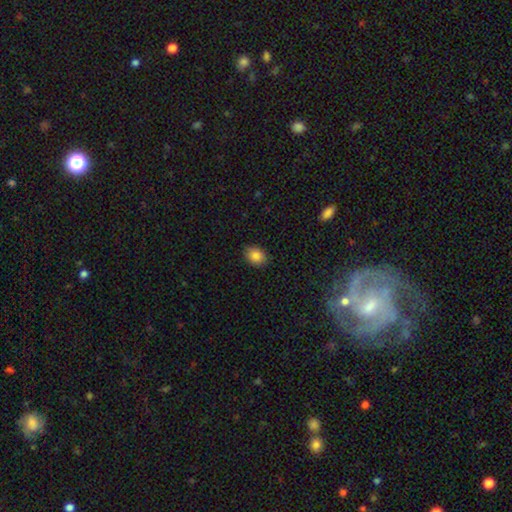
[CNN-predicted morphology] This appears to be a smooth galaxy with no disk features (85%) that is in between round and cigar-shaped (58%). Merging: none (88%).